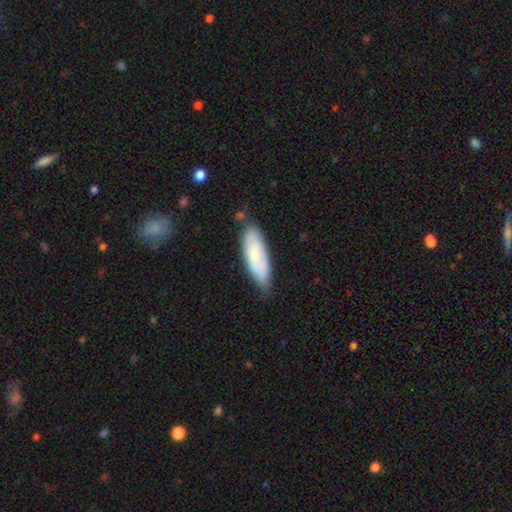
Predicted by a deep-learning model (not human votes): This appears to be a smooth galaxy with no disk features (64%) that is in between round and cigar-shaped (62%). Merging: none (68%).